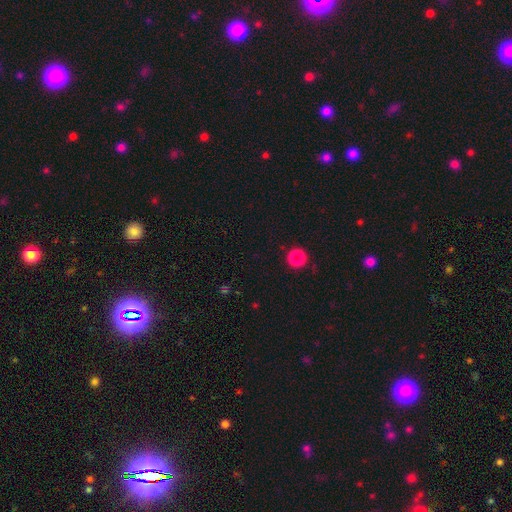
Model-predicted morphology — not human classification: Smooth or featured? smooth (66%)
How rounded? round (91%)
Merging? none (89%)